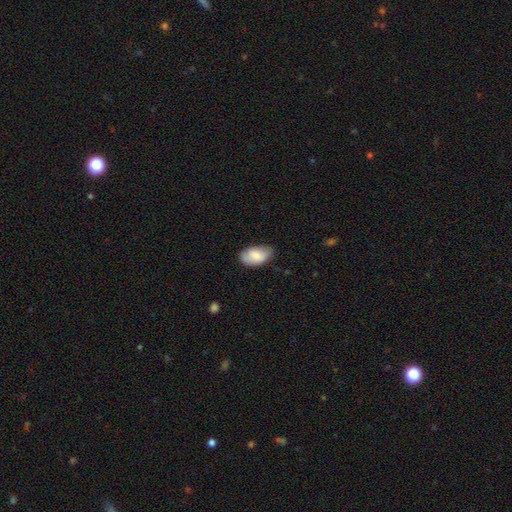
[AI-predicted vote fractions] Overall: smooth (80%). How rounded: in between (94%). Merging: none (68%).